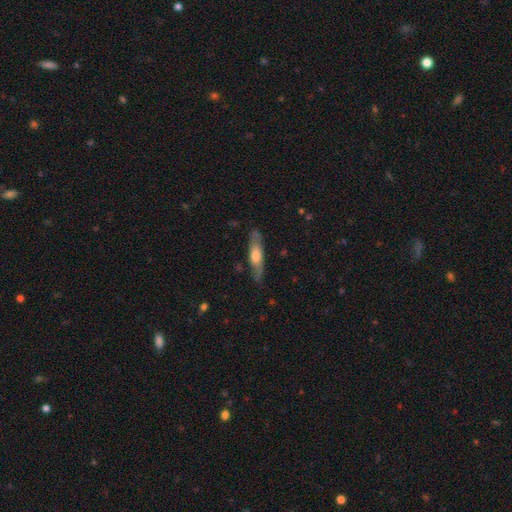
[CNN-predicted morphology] smooth-or-featured: featured or disk: 54% | smooth: 40% | star or artifact: 6%
  disk-edge-on: yes: 65% | no: 35%
  merging: none: 78% | minor disturbance: 16% | major disturbance: 4% | merger: 2%